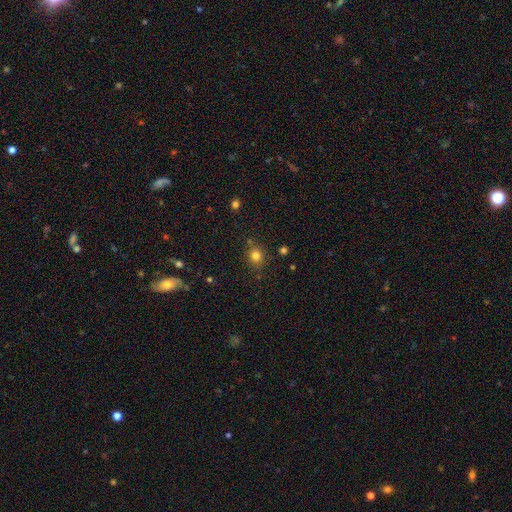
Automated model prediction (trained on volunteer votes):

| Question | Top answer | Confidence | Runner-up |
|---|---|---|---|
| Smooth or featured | smooth | 79% | star or artifact (14%) |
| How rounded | round | 80% | in between (19%) |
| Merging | none | 79% | minor disturbance (12%) |